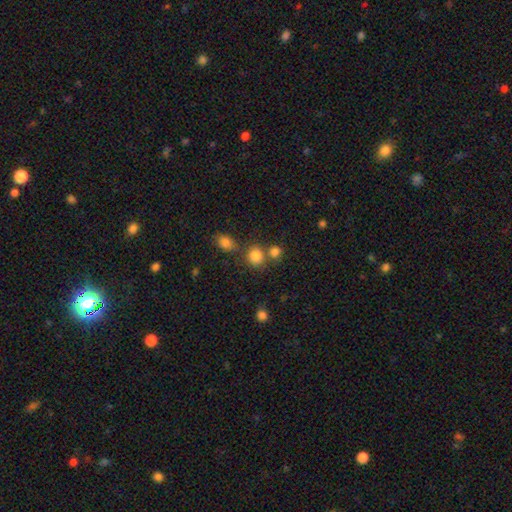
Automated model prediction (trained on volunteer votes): Smooth or featured? smooth (81%)
How rounded? round (83%)
Merging? none (67%)